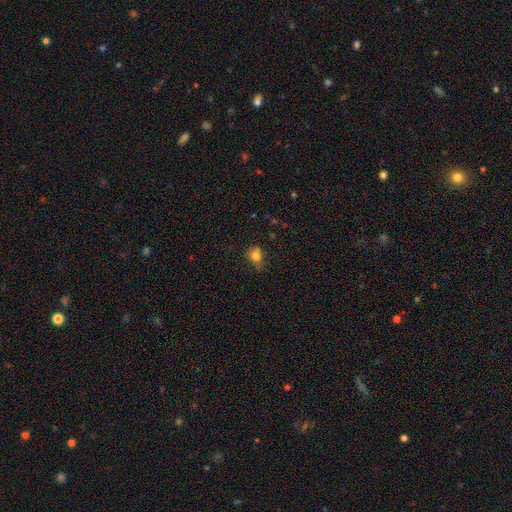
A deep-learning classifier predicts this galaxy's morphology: A smooth galaxy with no disk features (75%) that is round (51%). Merging: none (44%).